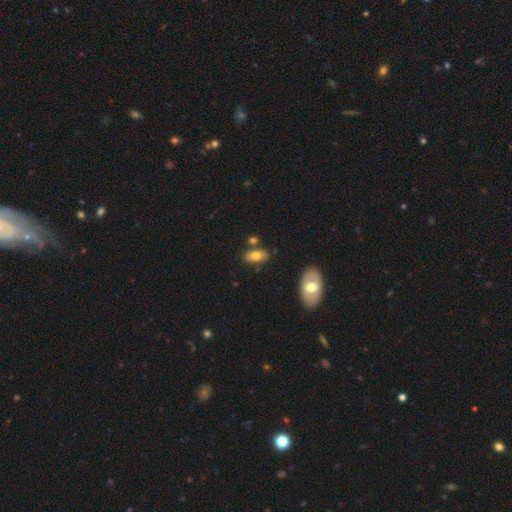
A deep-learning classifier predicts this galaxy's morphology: This is likely a smooth galaxy (72%). How rounded: clearly in between (89%). Merging: likely none (75%).